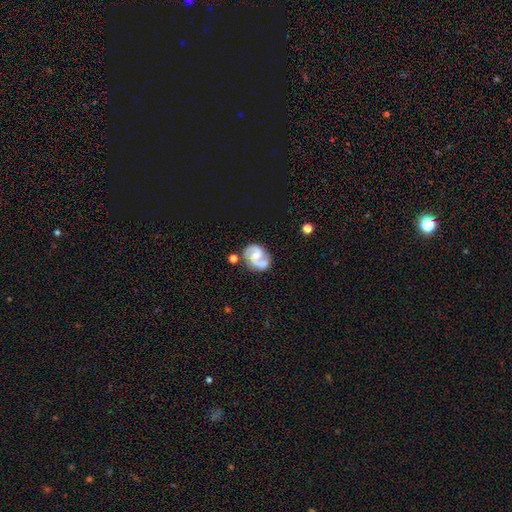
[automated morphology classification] Overall: featured or disk (84%). Edge-on disk: no (98%). Bar: no (45%; weak 44%). Spiral arms: yes (95%). Spiral arm count: 2 (87%). Spiral winding: medium (53%; tight 28%). Bulge size: small (49%; moderate 37%). Merging: none (61%).